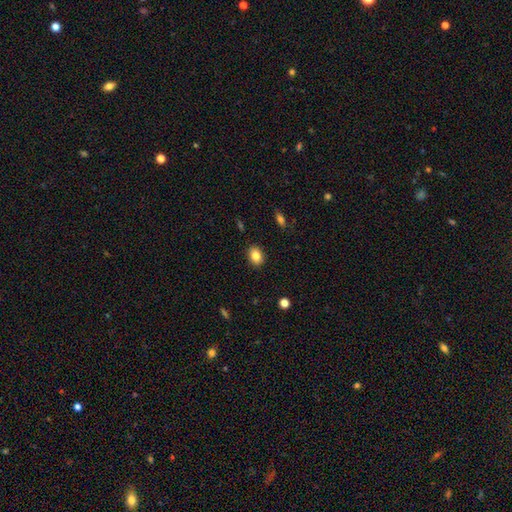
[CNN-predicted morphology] A smooth galaxy with no disk features (84%) that is in between round and cigar-shaped (69%).

Vote fractions:
- Smooth or featured? smooth: 84% / star or artifact: 9% / featured or disk: 7%
- How rounded? in between: 69% / round: 30% / cigar-shaped: 1%
- Merging? none: 89% / minor disturbance: 8% / major disturbance: 2% / merger: 1%